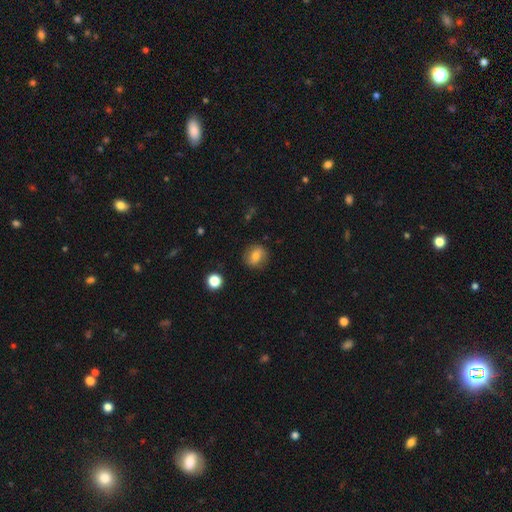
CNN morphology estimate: This is likely a smooth galaxy (73%). How rounded: likely round (65%). Merging: clearly none (84%).